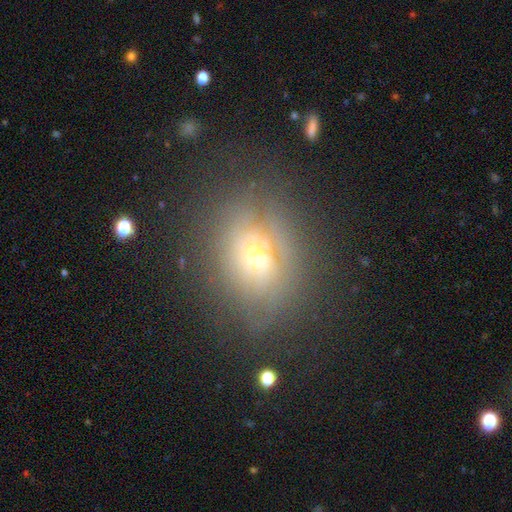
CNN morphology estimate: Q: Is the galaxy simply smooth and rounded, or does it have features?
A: featured or disk — 42%.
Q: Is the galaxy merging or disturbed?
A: none — 60%.